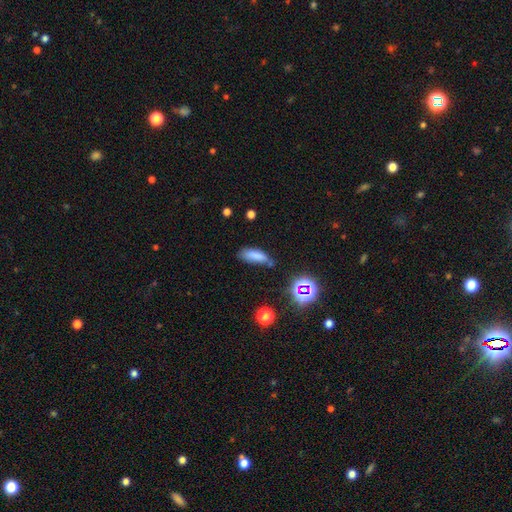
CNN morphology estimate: type=smooth (77%); roundness=in between (60%); merging=none (61%).